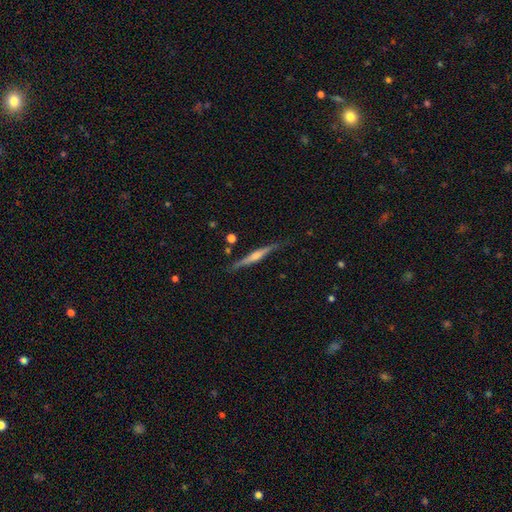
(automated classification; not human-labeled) smooth_or_featured: featured or disk (p=0.69) [alt: smooth p=0.25]
disk_edge_on: yes (p=0.97) [alt: no p=0.03]
edge_on_bulge: rounded (p=0.70) [alt: none p=0.16]
merging: none (p=0.84) [alt: minor disturbance p=0.12]